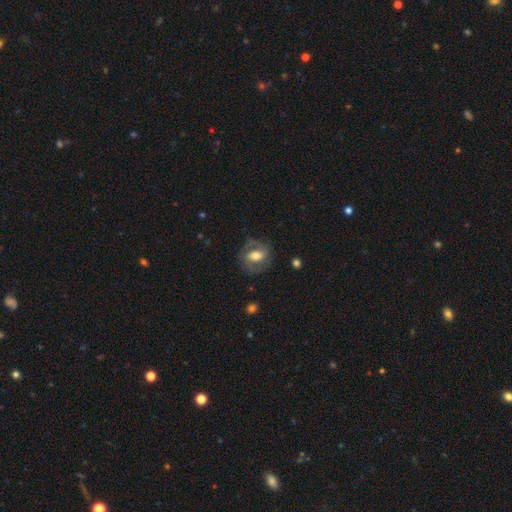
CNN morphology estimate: featured or disk 62%, smooth 32%, star or artifact 7%. Down the decision tree: edge-on disk — no (96%); bar — weak (40%); spiral arms — yes (76%); bulge size — moderate (63%); merging — none (74%).